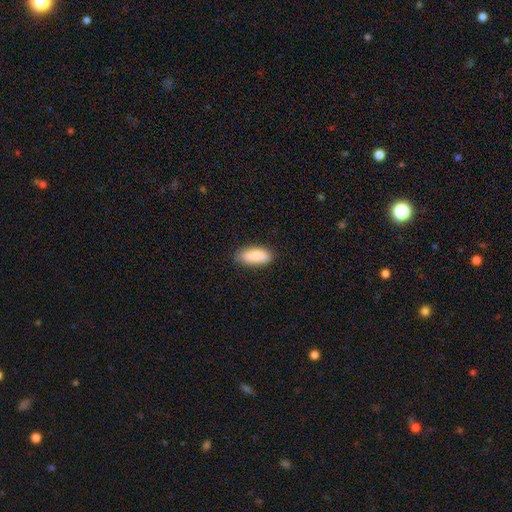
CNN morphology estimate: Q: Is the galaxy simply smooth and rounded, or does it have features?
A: smooth — 88%.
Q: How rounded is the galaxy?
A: in between — 78%.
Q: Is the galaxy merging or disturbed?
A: none — 81%.